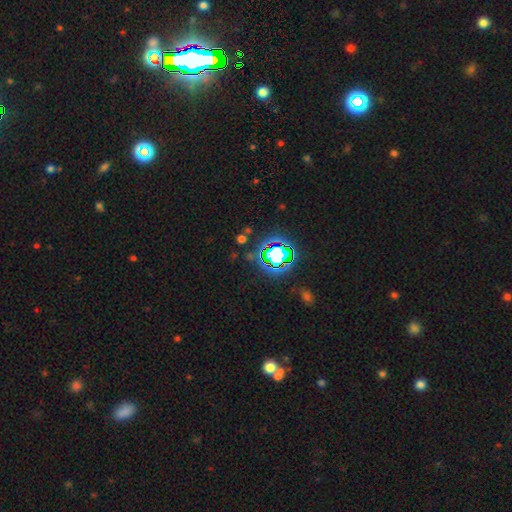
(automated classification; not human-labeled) A star or artifact, not a galaxy (79%).